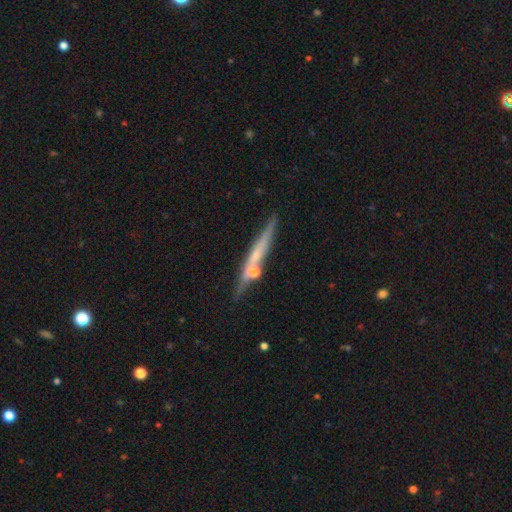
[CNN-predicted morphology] Smooth or featured? Predicted: featured or disk (p=0.59). Edge-on disk? Predicted: yes (p=0.95). Edge-on bulge? Predicted: rounded (p=0.51). Merging? Predicted: none (p=0.77).